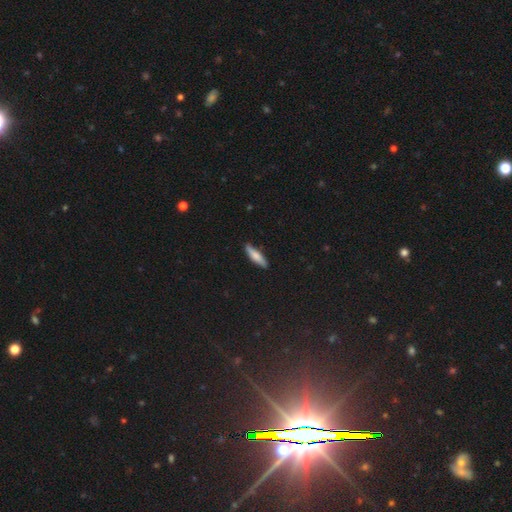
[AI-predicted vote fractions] This is likely a smooth galaxy (71%). How rounded: likely cigar-shaped (76%). Merging: clearly none (87%).